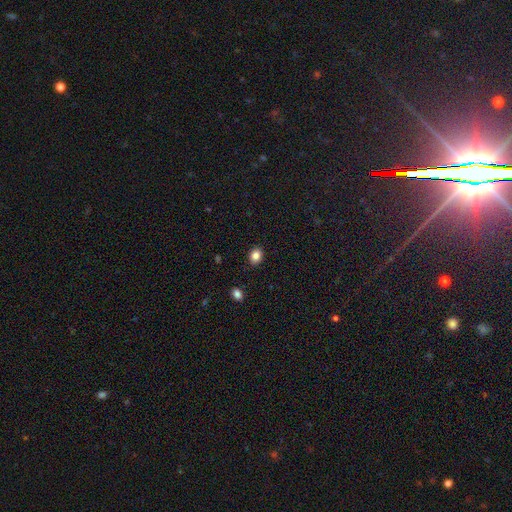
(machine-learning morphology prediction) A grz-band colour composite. It shows a smooth galaxy with no disk features (84%) that is in between round and cigar-shaped (53%). Merging: none (90%).